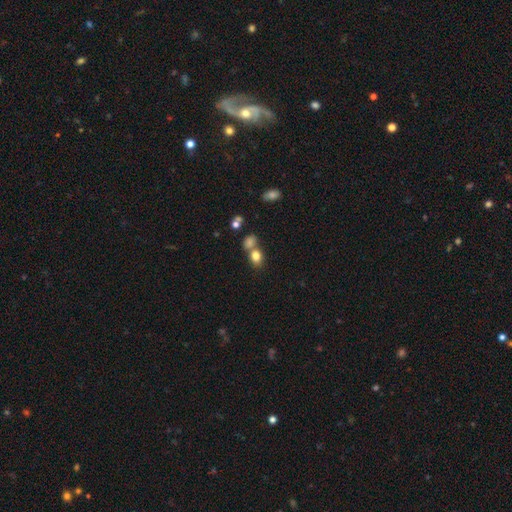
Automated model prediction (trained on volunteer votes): The model was most divided on "merging": none: 45%, merger: 40%, minor disturbance: 10%, major disturbance: 4%. More confident: smooth or featured — smooth (80%); how rounded — in between (59%).